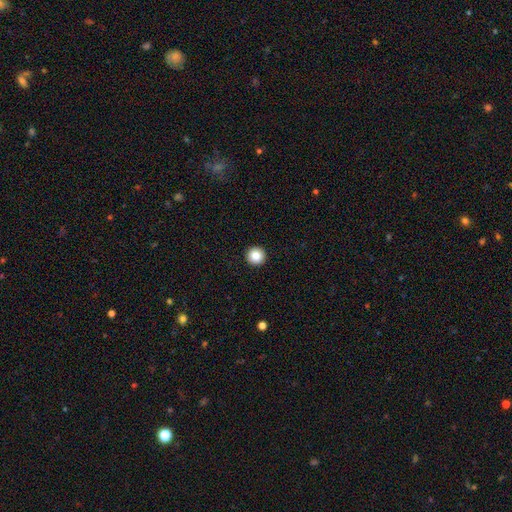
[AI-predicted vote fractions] This appears to be a smooth galaxy with no disk features (84%) that is round (97%). Merging: none (94%).